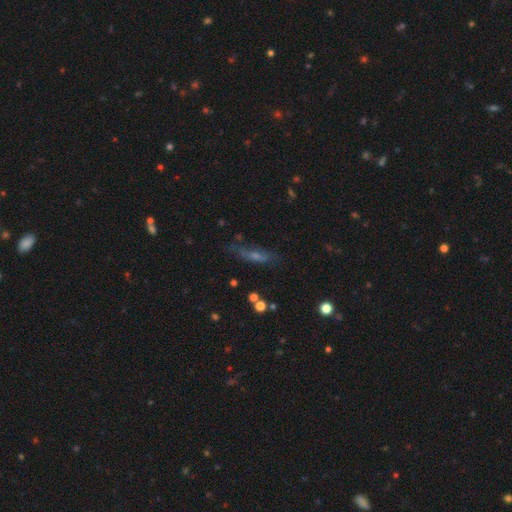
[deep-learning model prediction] Q: Smooth or featured?
A: featured or disk (41%); runner-up: smooth (38%)
Q: Merging?
A: none (68%); runner-up: minor disturbance (19%)